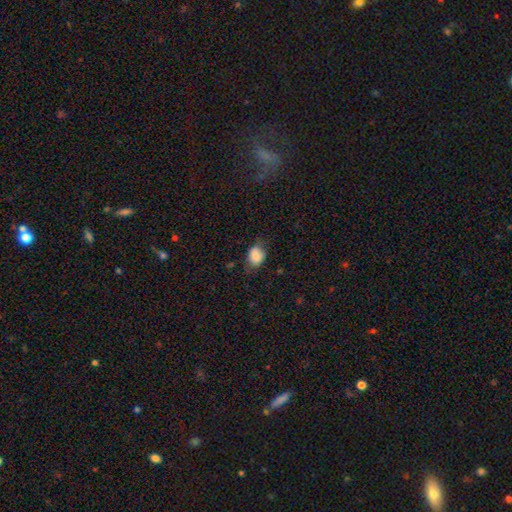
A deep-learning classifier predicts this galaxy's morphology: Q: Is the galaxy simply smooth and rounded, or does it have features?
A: smooth — 83%.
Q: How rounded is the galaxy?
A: in between — 64%.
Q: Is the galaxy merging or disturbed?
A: none — 61%.